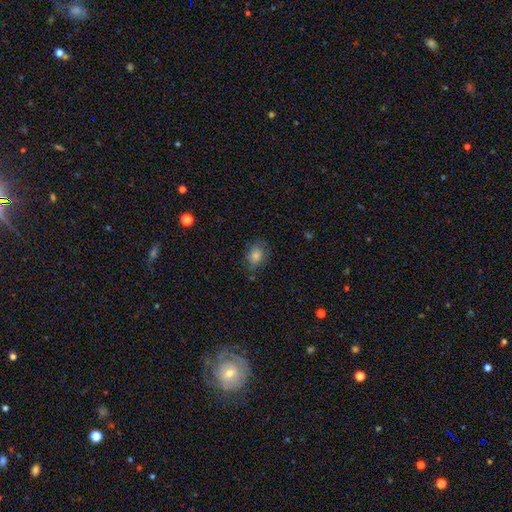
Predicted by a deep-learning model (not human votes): Smooth or featured: smooth — 74% (star or artifact — 15%)
How rounded: in between — 65% (round — 34%)
Merging: none — 76% (minor disturbance — 18%)